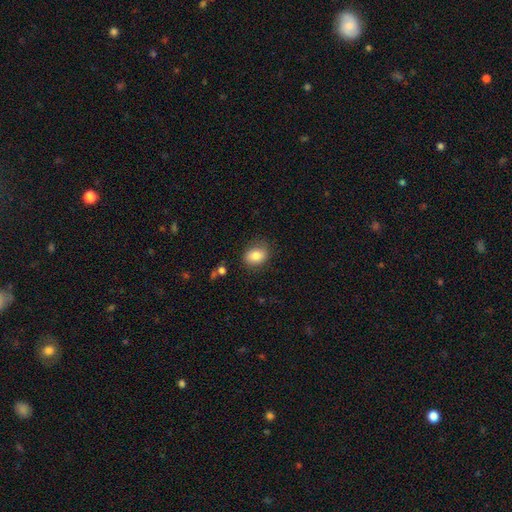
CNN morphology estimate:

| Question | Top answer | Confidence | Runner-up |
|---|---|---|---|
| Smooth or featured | smooth | 83% | star or artifact (9%) |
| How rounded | in between | 63% | round (35%) |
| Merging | none | 80% | minor disturbance (15%) |